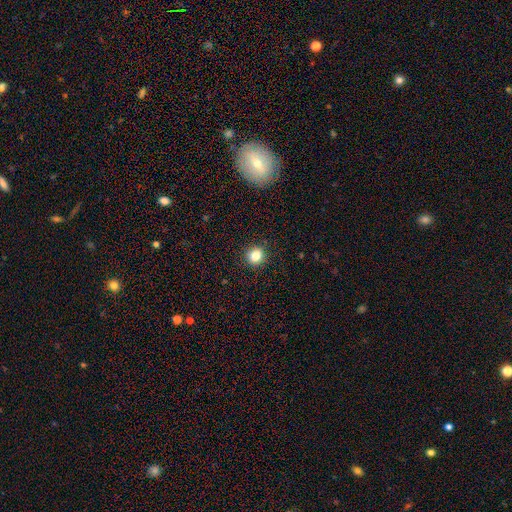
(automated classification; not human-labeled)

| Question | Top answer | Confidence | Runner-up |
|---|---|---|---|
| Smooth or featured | smooth | 83% | star or artifact (12%) |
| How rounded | round | 87% | in between (12%) |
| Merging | none | 91% | minor disturbance (6%) |